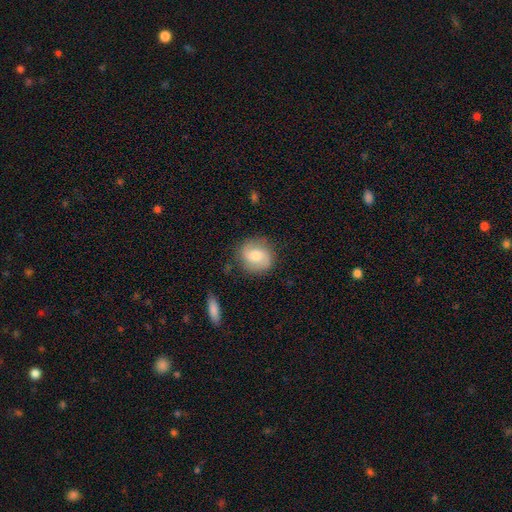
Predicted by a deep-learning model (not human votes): smooth_or_featured: smooth (p=0.53) [alt: featured or disk p=0.39]
how_rounded: round (p=0.80) [alt: in between p=0.19]
merging: none (p=0.80) [alt: minor disturbance p=0.14]